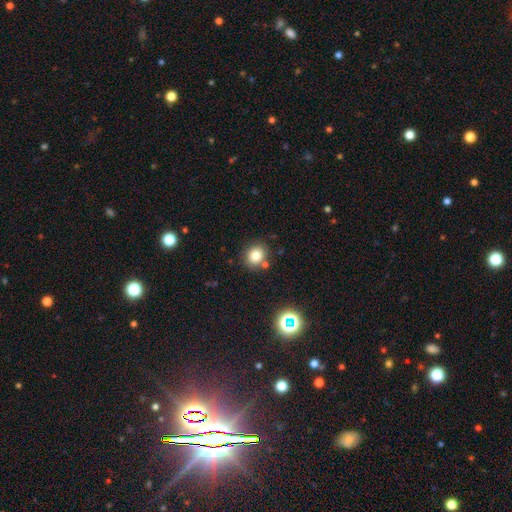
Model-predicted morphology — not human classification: Smooth or featured?
  - smooth: 78% *
  - star or artifact: 13%
  - featured or disk: 9%
How rounded?
  - round: 77% *
  - in between: 22%
  - cigar-shaped: 1%
Merging?
  - none: 78% *
  - minor disturbance: 10%
  - merger: 9%
  - major disturbance: 3%